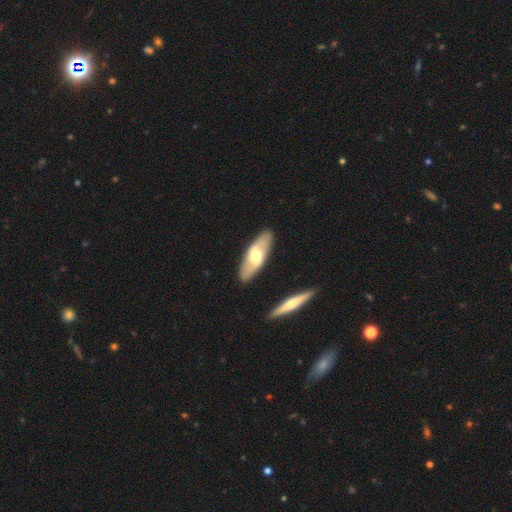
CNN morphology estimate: type=featured or disk (50%); edge-on=no (66%); merging=none (87%).